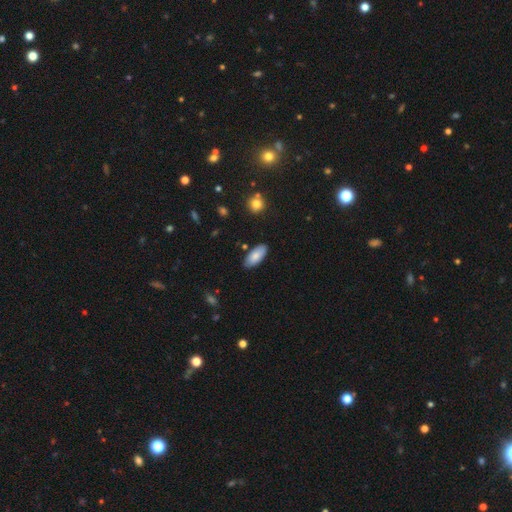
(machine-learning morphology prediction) smooth-or-featured: smooth: 82% | featured or disk: 11% | star or artifact: 6%
  how-rounded: in between: 88% | cigar-shaped: 10% | round: 2%
  merging: none: 83% | minor disturbance: 13% | major disturbance: 2% | merger: 2%